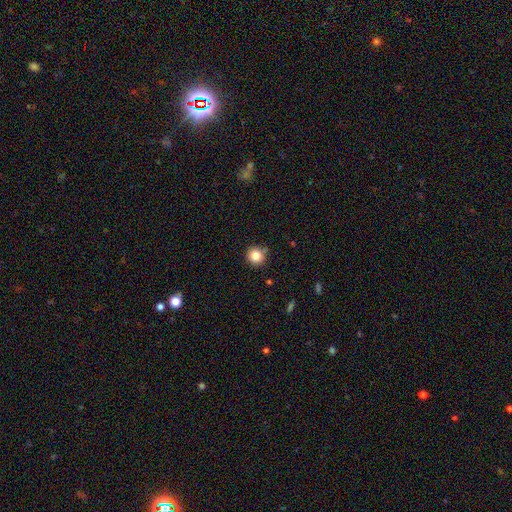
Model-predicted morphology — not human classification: Q: Smooth or featured?
A: smooth (83%); runner-up: star or artifact (11%)
Q: How rounded?
A: round (93%); runner-up: in between (6%)
Q: Merging?
A: none (85%); runner-up: minor disturbance (10%)